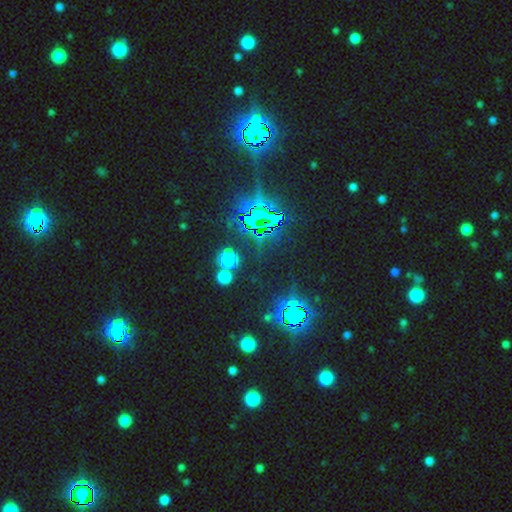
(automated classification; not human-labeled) This appears to be a star or artifact, not a galaxy (83%).